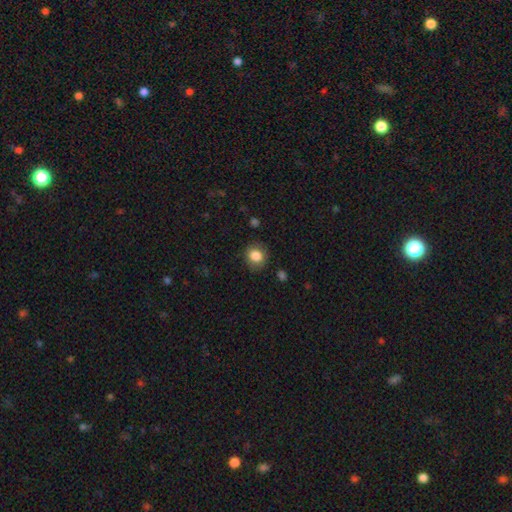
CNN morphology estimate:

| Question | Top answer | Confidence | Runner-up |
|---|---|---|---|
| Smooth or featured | smooth | 83% | star or artifact (9%) |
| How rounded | round | 75% | in between (24%) |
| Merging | none | 83% | minor disturbance (13%) |